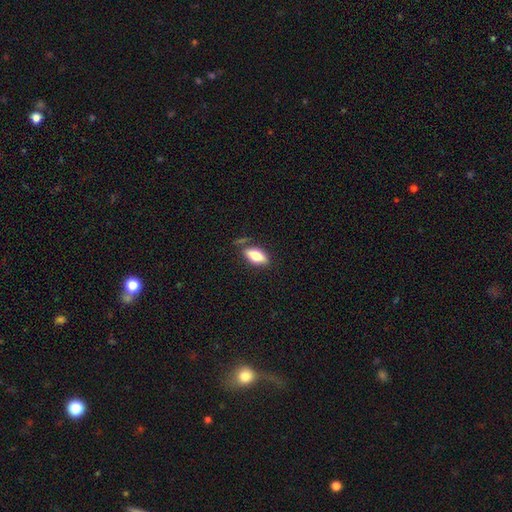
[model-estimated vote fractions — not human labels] smooth_or_featured: smooth (p=0.72) [alt: featured or disk p=0.21]
how_rounded: in between (p=0.84) [alt: cigar-shaped p=0.13]
merging: none (p=0.73) [alt: minor disturbance p=0.17]